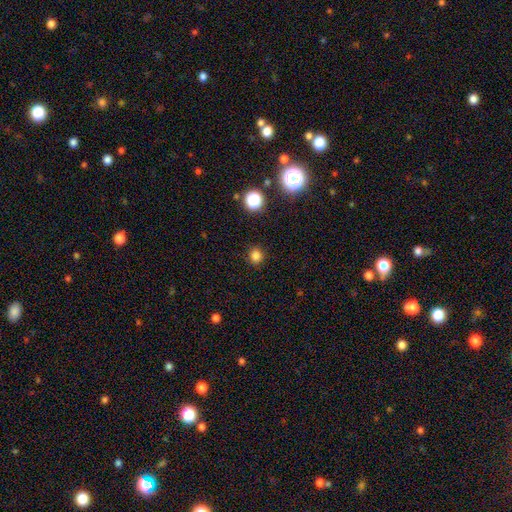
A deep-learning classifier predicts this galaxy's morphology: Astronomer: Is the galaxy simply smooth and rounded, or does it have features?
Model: smooth — 80%.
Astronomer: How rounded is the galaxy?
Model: round — 85%.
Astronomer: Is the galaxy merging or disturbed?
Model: none — 89%.